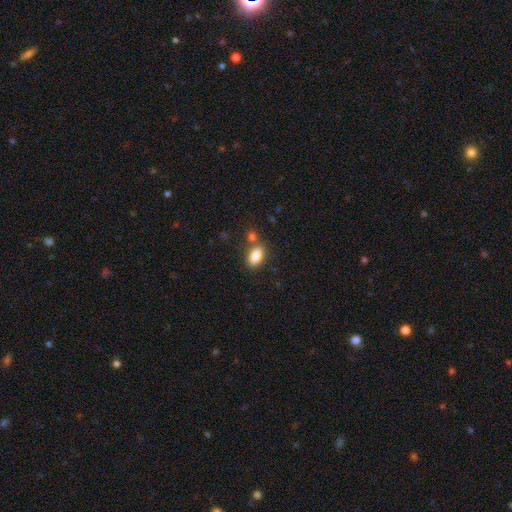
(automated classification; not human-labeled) This appears to be a smooth galaxy with no disk features (85%) that is in between round and cigar-shaped (90%). Merging: none (67%).